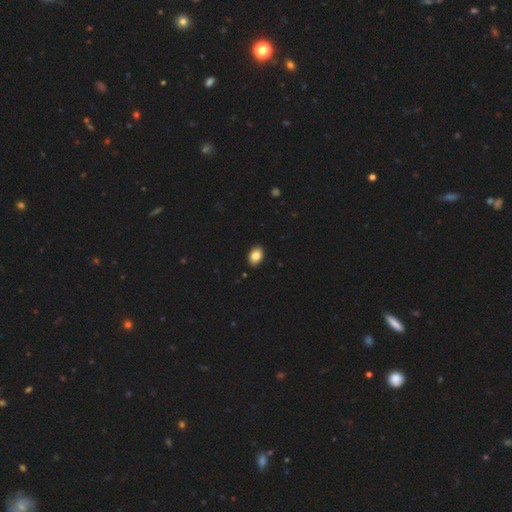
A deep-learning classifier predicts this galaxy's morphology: A smooth galaxy with no disk features (85%) that is in between round and cigar-shaped (85%).

Vote fractions:
- Smooth or featured? smooth: 85% / star or artifact: 8% / featured or disk: 7%
- How rounded? in between: 85% / round: 14% / cigar-shaped: 1%
- Merging? none: 91% / minor disturbance: 7% / major disturbance: 2% / merger: 1%